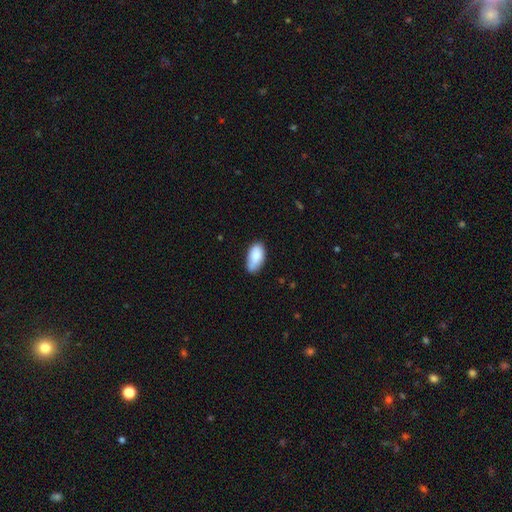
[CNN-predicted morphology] A smooth galaxy with no disk features (85%) that is in between round and cigar-shaped (94%).

Vote fractions:
- Smooth or featured? smooth: 85% / featured or disk: 9% / star or artifact: 7%
- How rounded? in between: 94% / cigar-shaped: 4% / round: 3%
- Merging? none: 70% / minor disturbance: 24% / major disturbance: 4% / merger: 2%